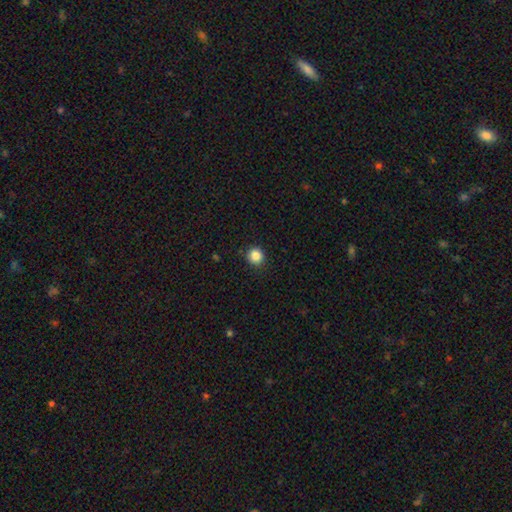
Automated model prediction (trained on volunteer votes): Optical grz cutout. It shows a smooth galaxy with no disk features (86%) that is round (92%). Merging: none (91%).